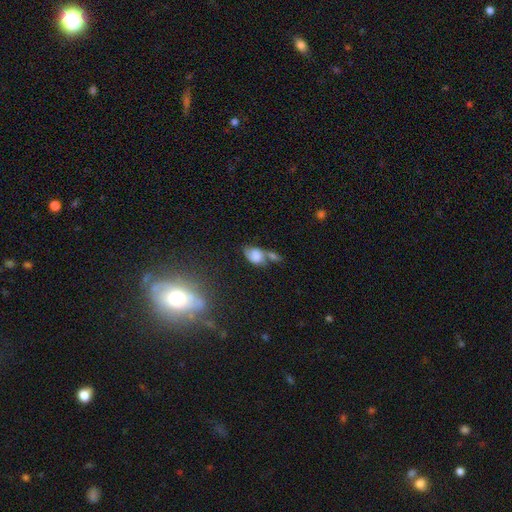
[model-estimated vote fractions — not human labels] smooth 63%, featured or disk 25%, star or artifact 12%. Down the decision tree: how rounded — in between (84%); merging — merger (48%).